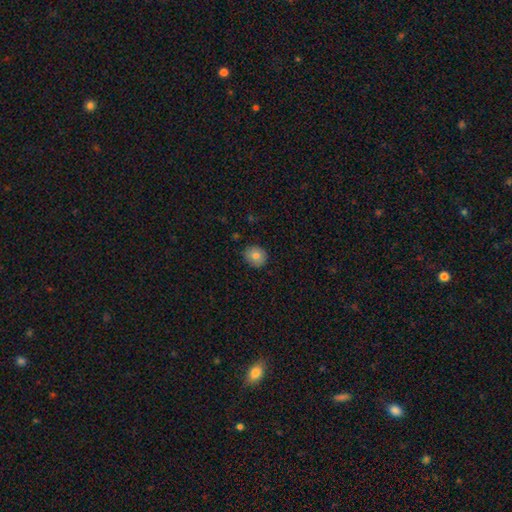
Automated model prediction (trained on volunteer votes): smooth-or-featured: smooth: 79% | featured or disk: 12% | star or artifact: 9%
  how-rounded: round: 76% | in between: 23% | cigar-shaped: 1%
  merging: none: 85% | minor disturbance: 12% | major disturbance: 2% | merger: 1%